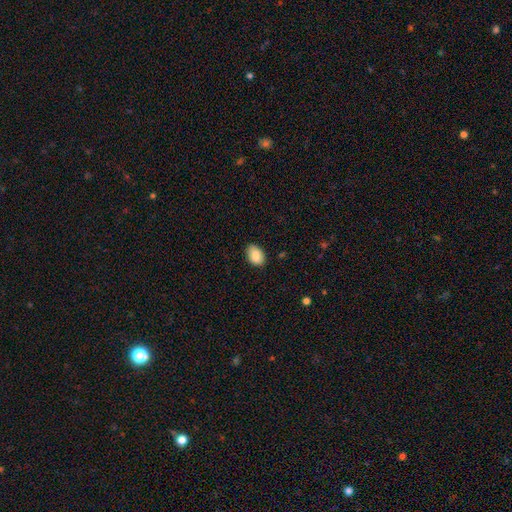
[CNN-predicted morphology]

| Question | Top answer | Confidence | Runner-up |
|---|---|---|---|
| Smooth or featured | smooth | 88% | star or artifact (7%) |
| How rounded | in between | 86% | round (13%) |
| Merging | none | 83% | minor disturbance (13%) |